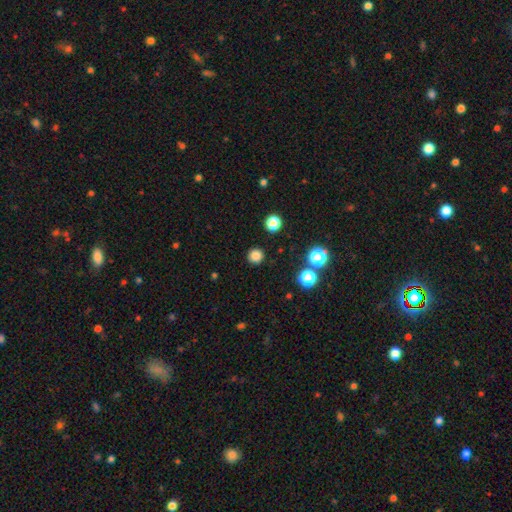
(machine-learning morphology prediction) smooth 82%, star or artifact 14%, featured or disk 4%. Down the decision tree: how rounded — round (95%); merging — none (91%).